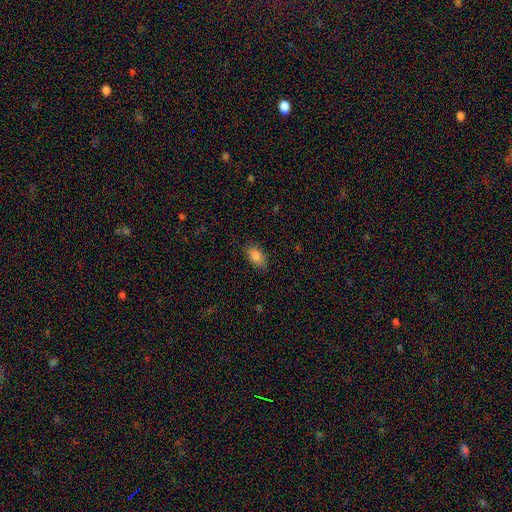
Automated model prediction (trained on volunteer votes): smooth_or_featured: smooth (p=0.86) [alt: star or artifact p=0.08]
how_rounded: in between (p=0.91) [alt: cigar-shaped p=0.05]
merging: none (p=0.81) [alt: minor disturbance p=0.15]